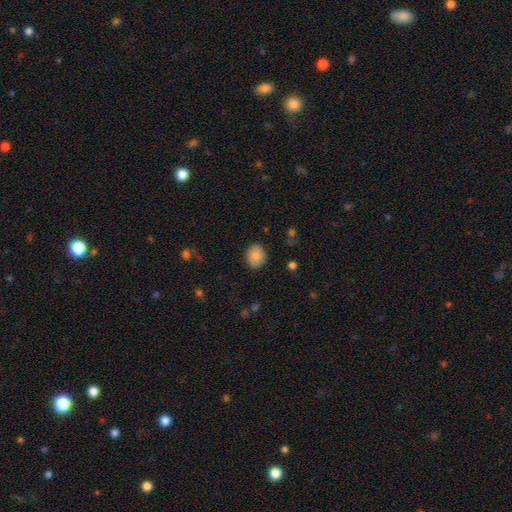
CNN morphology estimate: smooth_or_featured: smooth (p=0.85) [alt: star or artifact p=0.08]
how_rounded: round (p=0.70) [alt: in between p=0.29]
merging: none (p=0.88) [alt: minor disturbance p=0.09]